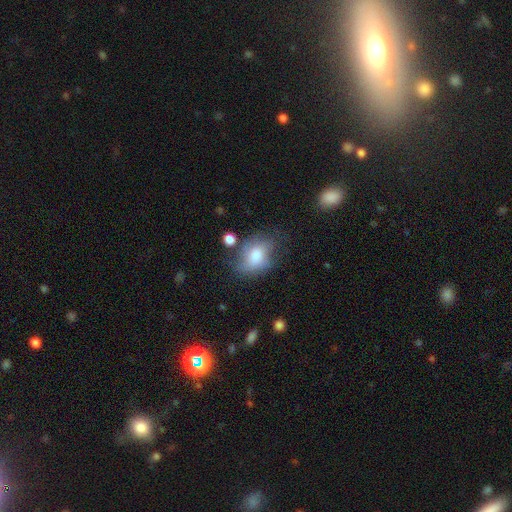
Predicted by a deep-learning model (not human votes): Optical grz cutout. It shows a smooth galaxy with no disk features (69%) that is in between round and cigar-shaped (75%). Merging: none (46%).